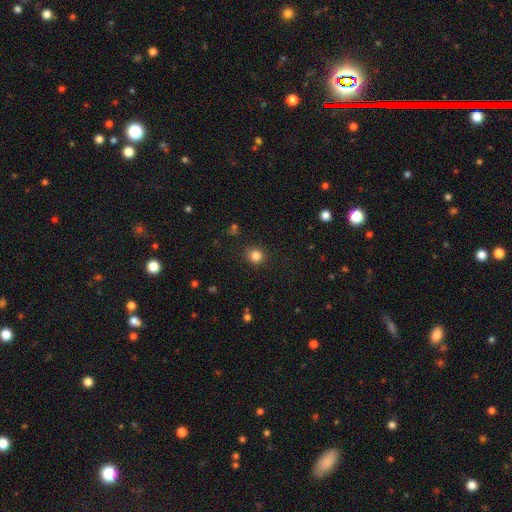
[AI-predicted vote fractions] smooth 83%, star or artifact 12%, featured or disk 5%. Down the decision tree: how rounded — round (89%); merging — none (89%).